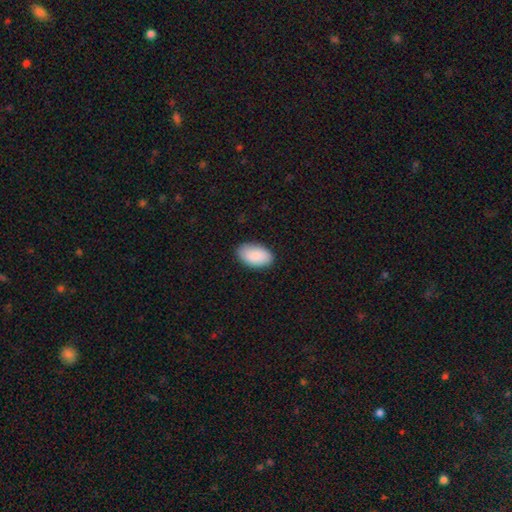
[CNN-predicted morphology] A smooth galaxy with no disk features (90%) that is in between round and cigar-shaped (95%).

Vote fractions:
- Smooth or featured? smooth: 90% / star or artifact: 6% / featured or disk: 4%
- How rounded? in between: 95% / round: 4% / cigar-shaped: 1%
- Merging? none: 87% / minor disturbance: 10% / major disturbance: 2% / merger: 1%